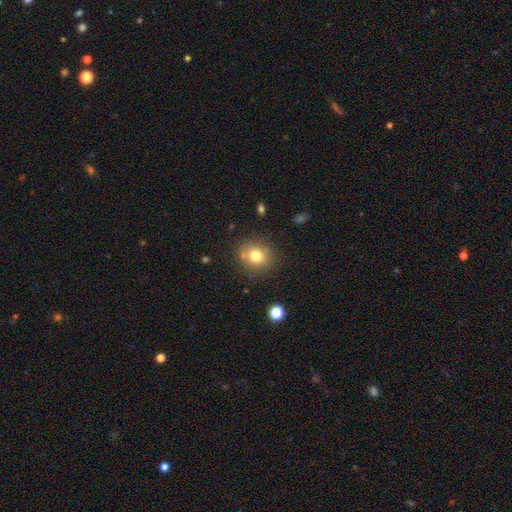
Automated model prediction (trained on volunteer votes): Smooth or featured? Predicted: smooth (p=0.76). How rounded? Predicted: round (p=0.81). Merging? Predicted: none (p=0.79).